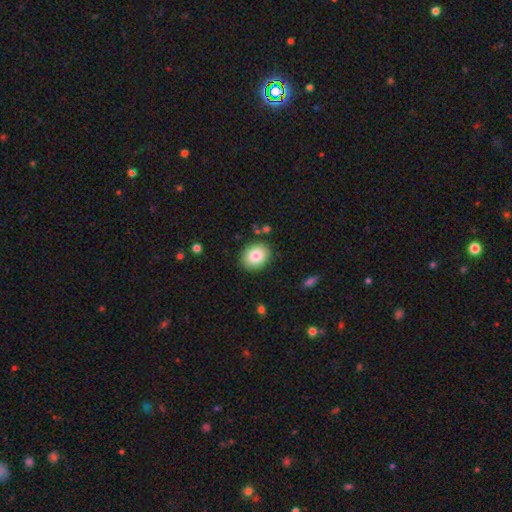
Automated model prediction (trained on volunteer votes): Smooth or featured? Predicted: smooth (p=0.83). How rounded? Predicted: round (p=0.52). Merging? Predicted: none (p=0.87).